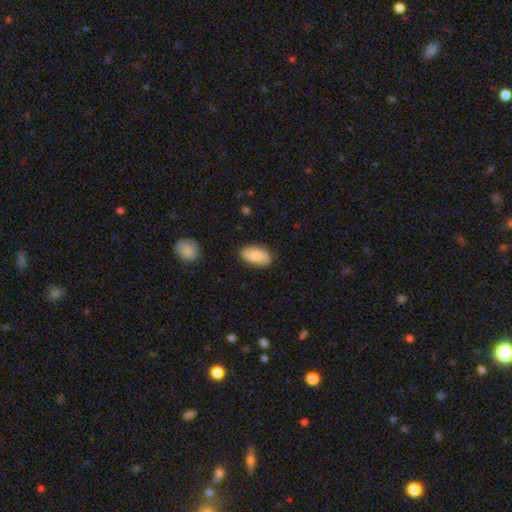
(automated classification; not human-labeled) Smooth or featured? Predicted: smooth (p=0.72). How rounded? Predicted: in between (p=0.94). Merging? Predicted: none (p=0.82).